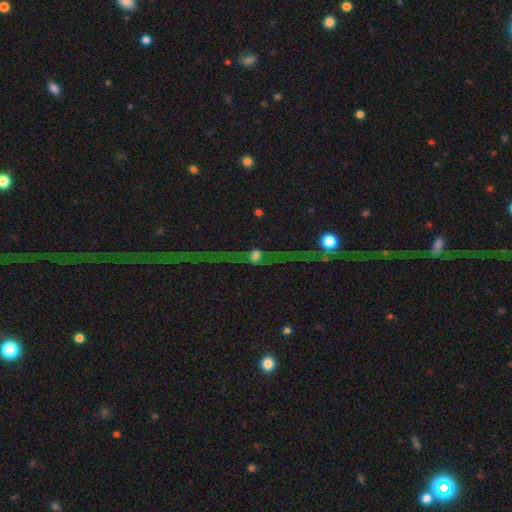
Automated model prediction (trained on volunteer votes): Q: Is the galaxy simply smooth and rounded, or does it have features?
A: featured or disk — 54%.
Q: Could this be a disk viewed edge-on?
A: yes — 67%.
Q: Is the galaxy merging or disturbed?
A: none — 63%.